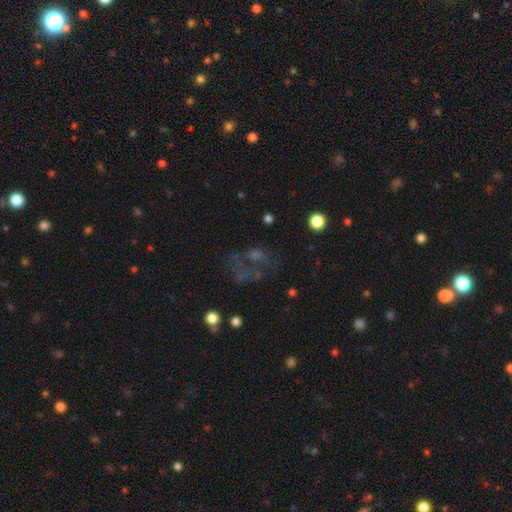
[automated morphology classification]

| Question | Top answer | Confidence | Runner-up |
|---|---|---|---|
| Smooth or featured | featured or disk | 36% | smooth (33%) |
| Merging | none | 39% | major disturbance (36%) |